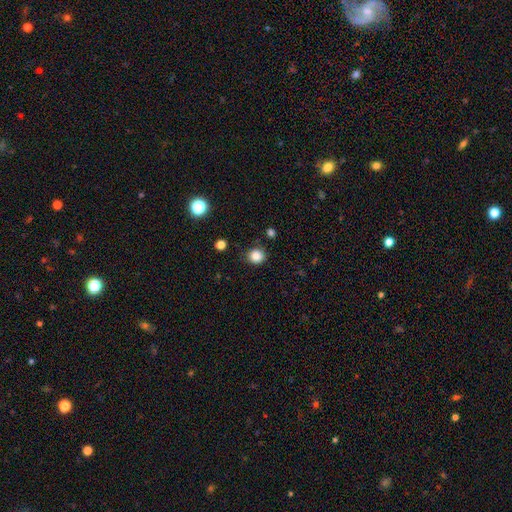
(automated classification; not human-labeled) A smooth galaxy with no disk features (85%) that is round (87%). Merging: none (86%).